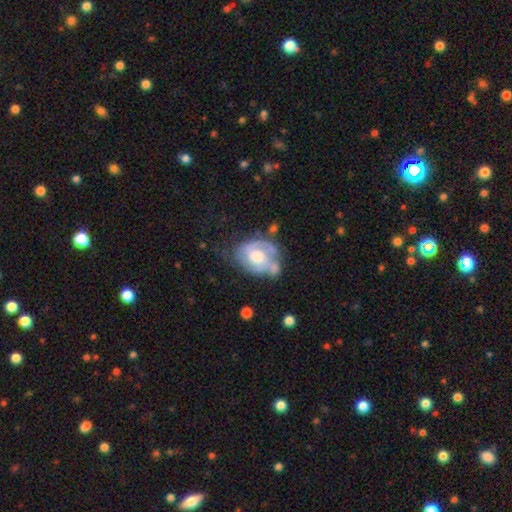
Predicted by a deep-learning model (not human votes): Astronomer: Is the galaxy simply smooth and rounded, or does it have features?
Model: featured or disk — 72%.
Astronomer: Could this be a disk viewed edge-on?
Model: no — 97%.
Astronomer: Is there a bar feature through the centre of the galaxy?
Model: no — 70%.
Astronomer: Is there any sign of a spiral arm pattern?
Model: yes — 78%.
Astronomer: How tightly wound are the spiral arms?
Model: tight — 55% (runner-up: medium, 33%).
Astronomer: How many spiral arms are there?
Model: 2 — 38% (runner-up: can't tell, 32%).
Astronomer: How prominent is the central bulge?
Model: moderate — 65%.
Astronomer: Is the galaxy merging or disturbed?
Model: none — 42% (runner-up: minor disturbance, 29%).